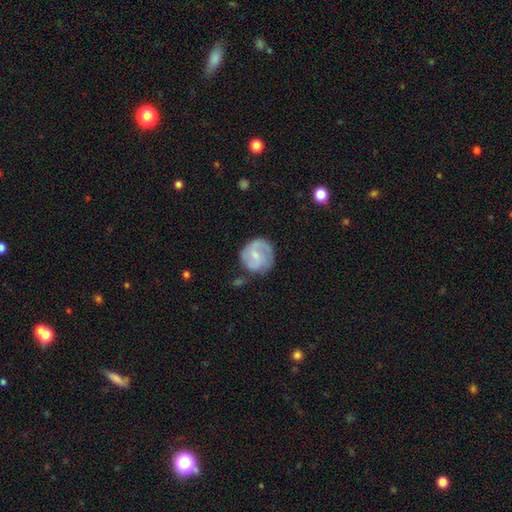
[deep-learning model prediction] This is possibly a featured or disk galaxy (58%). It is clearly not viewed edge-on (98%). Bar: possibly weak (51%). Spiral arm pattern: clearly yes (83%). Central bulge: likely small (61%). Merging: likely none (64%).